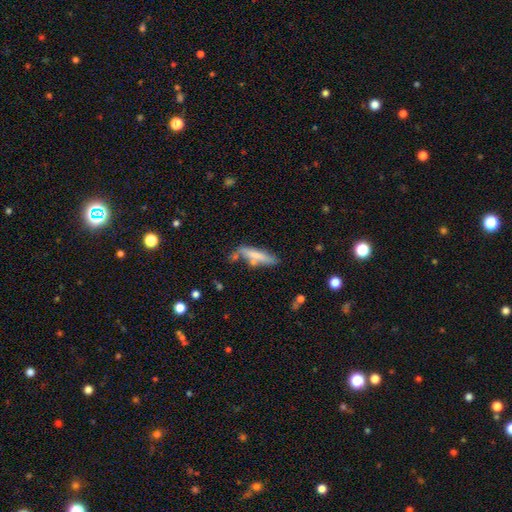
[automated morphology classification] This is likely a smooth galaxy (68%). How rounded: likely cigar-shaped (80%). Merging: possibly none (58%).